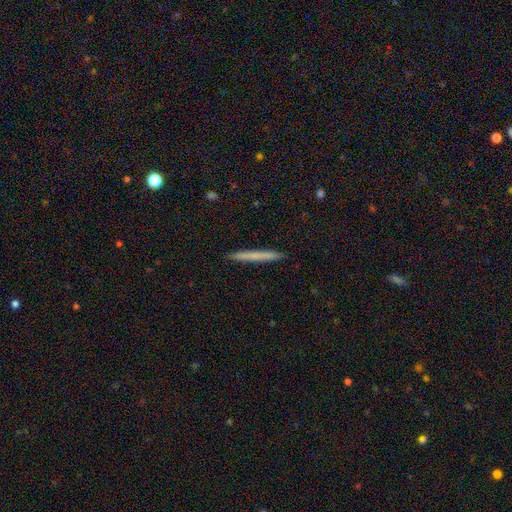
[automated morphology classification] Smooth or featured? Predicted: smooth (p=0.65). How rounded? Predicted: cigar-shaped (p=0.97). Merging? Predicted: none (p=0.93).